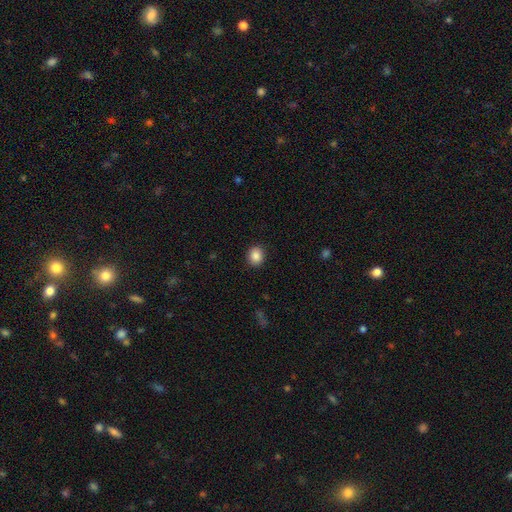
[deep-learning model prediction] smooth-or-featured: smooth: 87% | star or artifact: 9% | featured or disk: 4%
  how-rounded: round: 71% | in between: 29% | cigar-shaped: 1%
  merging: none: 91% | minor disturbance: 6% | major disturbance: 2% | merger: 1%